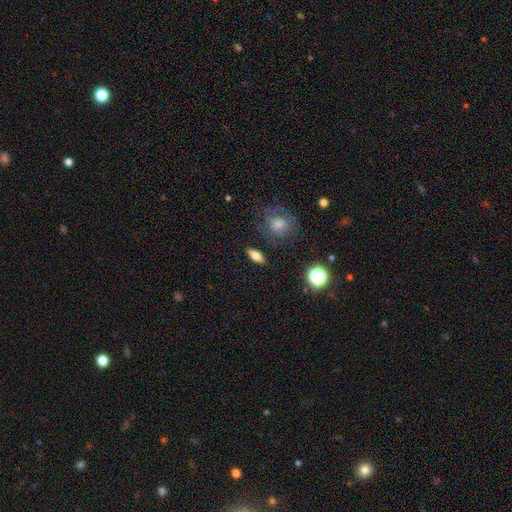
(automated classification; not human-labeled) The model was most divided on "how rounded": in between: 69%, cigar-shaped: 24%, round: 8%. More confident: merging — none (87%); smooth or featured — smooth (68%).